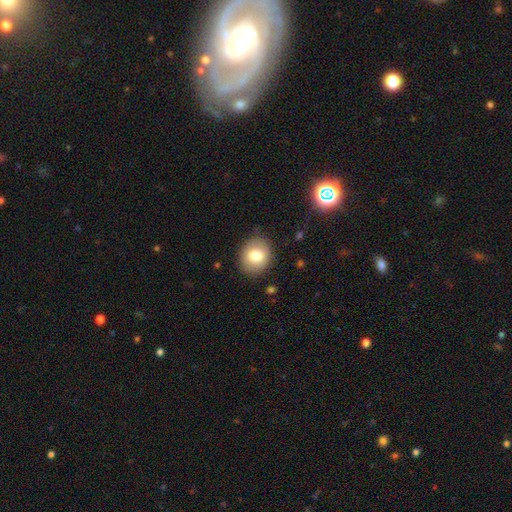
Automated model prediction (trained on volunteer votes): Smooth or featured?
  - smooth: 79% *
  - featured or disk: 13%
  - star or artifact: 8%
How rounded?
  - round: 64% *
  - in between: 35%
  - cigar-shaped: 1%
Merging?
  - none: 84% *
  - minor disturbance: 12%
  - major disturbance: 3%
  - merger: 1%